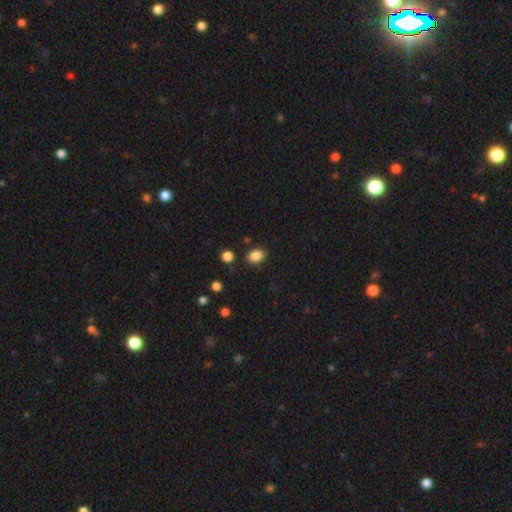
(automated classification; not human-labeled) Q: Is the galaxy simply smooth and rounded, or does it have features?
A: smooth — 86%.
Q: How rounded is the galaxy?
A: in between — 74%.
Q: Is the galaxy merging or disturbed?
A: none — 83%.